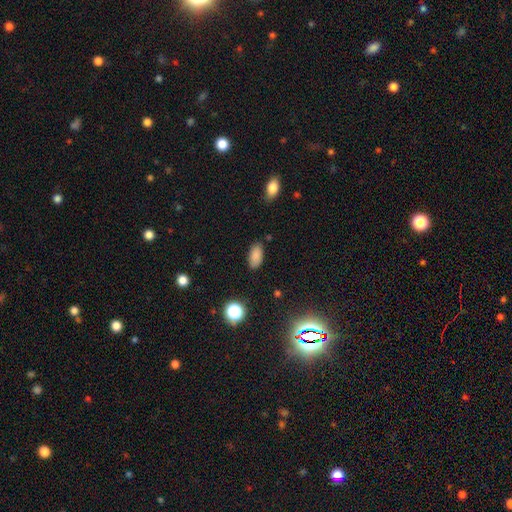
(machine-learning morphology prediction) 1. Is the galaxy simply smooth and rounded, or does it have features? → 85% smooth, 10% star or artifact, 5% featured or disk.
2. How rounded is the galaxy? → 92% in between, 4% round, 4% cigar-shaped.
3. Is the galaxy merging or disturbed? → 85% none, 11% minor disturbance, 3% major disturbance, 2% merger.